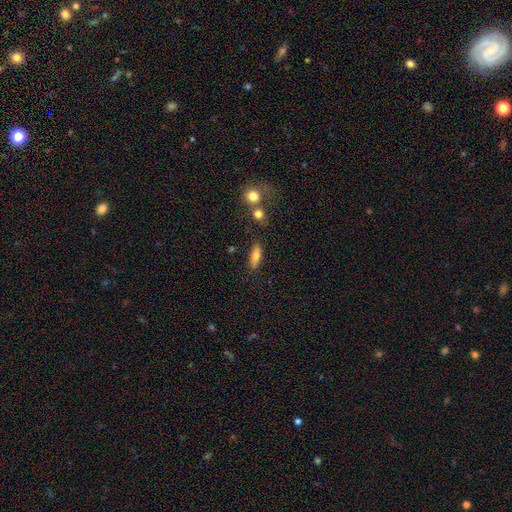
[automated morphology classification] Overall: smooth (73%). How rounded: in between (64%; cigar-shaped 32%). Merging: none (79%).